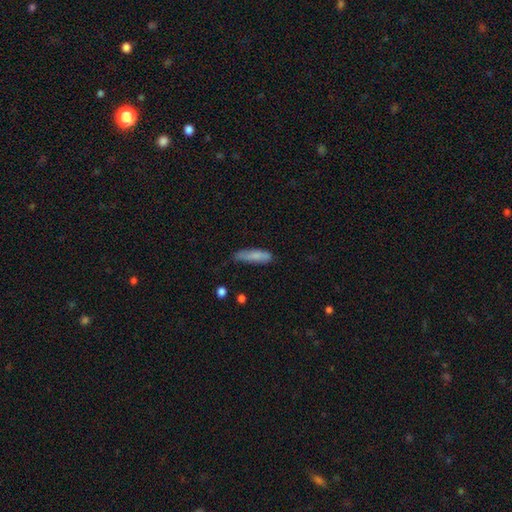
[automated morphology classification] This is clearly a smooth galaxy (80%). How rounded: likely cigar-shaped (67%). Merging: likely none (66%).